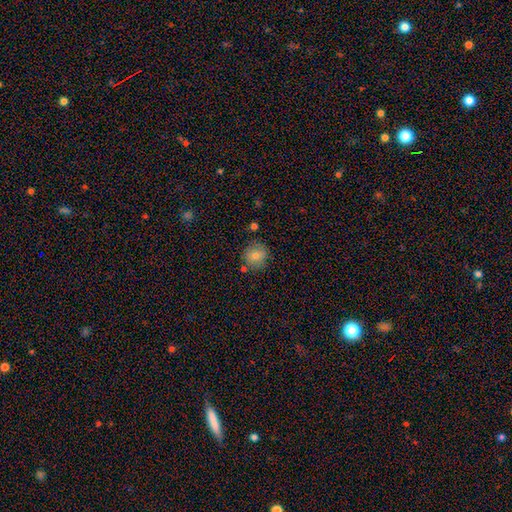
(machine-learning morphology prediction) Overall: smooth (80%). How rounded: round (91%). Merging: none (81%).